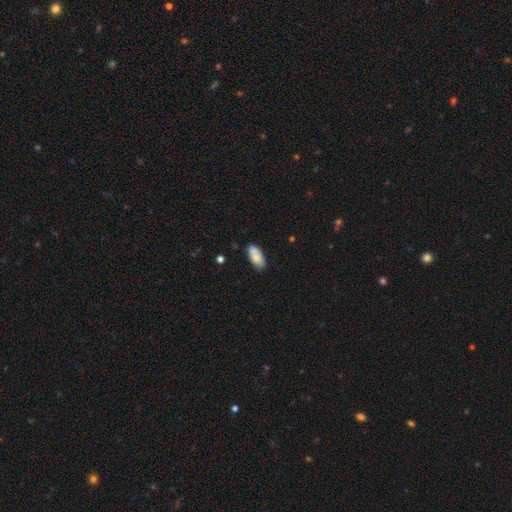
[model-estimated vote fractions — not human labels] A smooth galaxy with no disk features (79%) that is in between round and cigar-shaped (88%). Merging: none (73%).